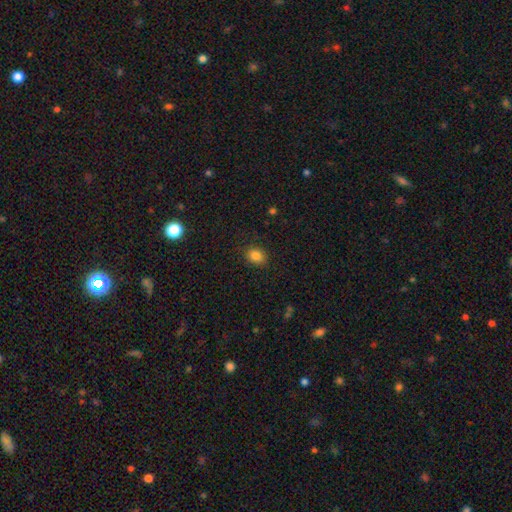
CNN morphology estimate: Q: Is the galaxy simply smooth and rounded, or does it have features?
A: smooth — 84%.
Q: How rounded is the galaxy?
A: round — 50%.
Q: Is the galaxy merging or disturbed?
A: none — 86%.